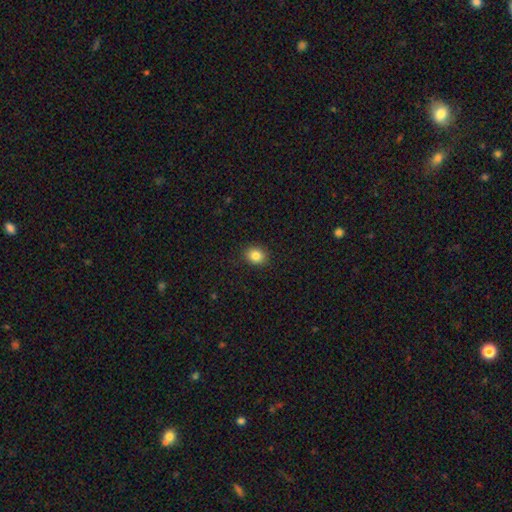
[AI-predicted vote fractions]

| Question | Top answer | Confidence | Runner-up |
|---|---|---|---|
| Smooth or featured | smooth | 84% | star or artifact (10%) |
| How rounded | round | 59% | in between (40%) |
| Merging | none | 90% | minor disturbance (7%) |